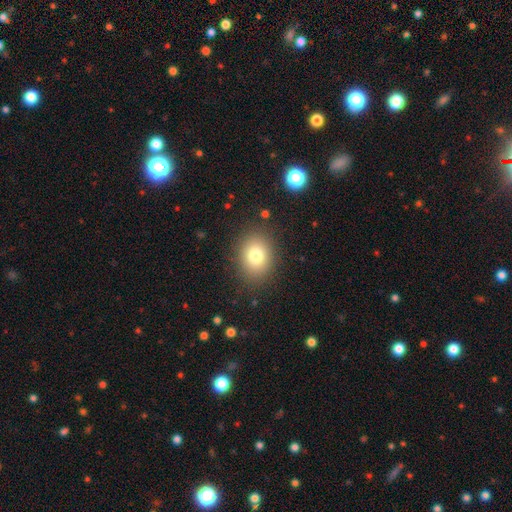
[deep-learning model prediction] Smooth or featured? smooth (78%)
How rounded? round (51%)
Merging? none (86%)